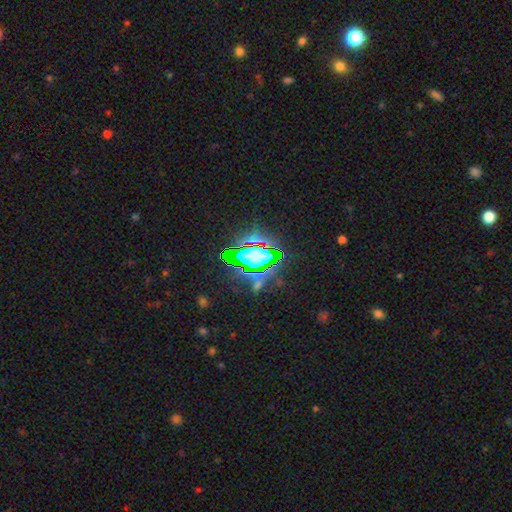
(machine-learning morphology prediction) Overall: star or artifact (67%).